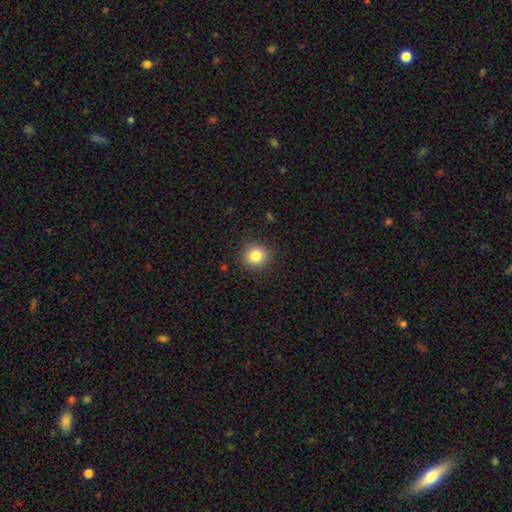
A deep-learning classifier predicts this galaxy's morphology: smooth-or-featured: smooth: 83% | star or artifact: 10% | featured or disk: 6%
  how-rounded: round: 90% | in between: 9% | cigar-shaped: 1%
  merging: none: 90% | minor disturbance: 7% | major disturbance: 2% | merger: 1%